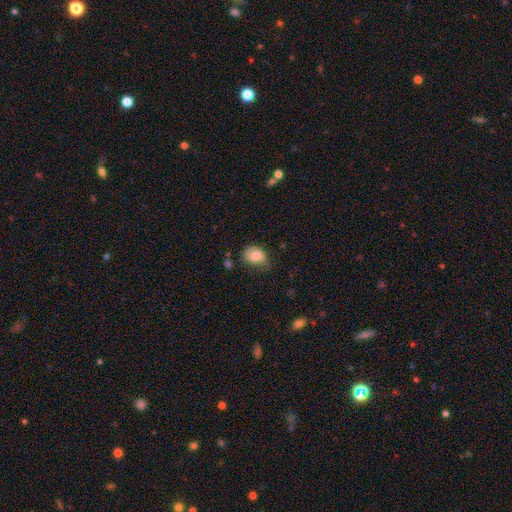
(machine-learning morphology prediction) Q: Smooth or featured?
A: smooth (79%); runner-up: featured or disk (13%)
Q: How rounded?
A: in between (63%); runner-up: round (36%)
Q: Merging?
A: none (50%); runner-up: minor disturbance (36%)